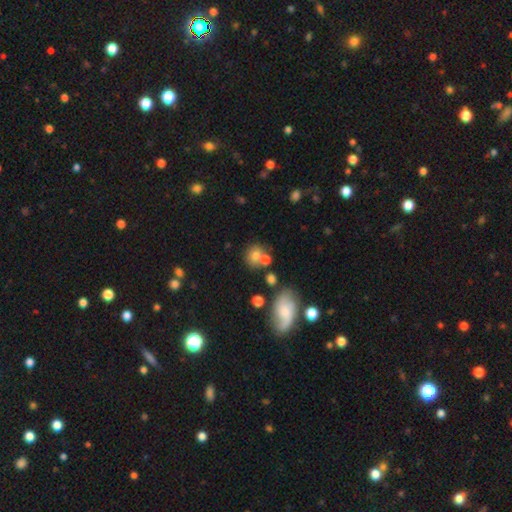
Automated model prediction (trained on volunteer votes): Smooth or featured: smooth — 72% (featured or disk — 15%)
How rounded: round — 74% (in between — 25%)
Merging: none — 56% (merger — 24%)